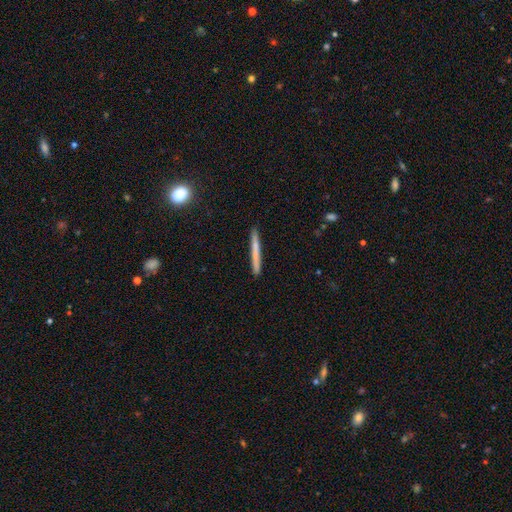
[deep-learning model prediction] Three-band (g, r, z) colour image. It shows a smooth galaxy with no disk features (65%) that is cigar-shaped (97%). Merging: none (91%).